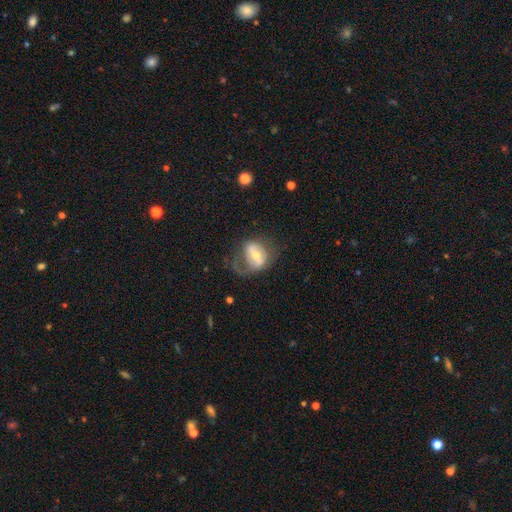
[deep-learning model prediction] This is possibly a featured or disk galaxy (57%). It is clearly not viewed edge-on (94%). Bar: marginally weak (36%). Spiral arm pattern: possibly yes (55%). Central bulge: likely moderate (62%). Merging: marginally none (41%).